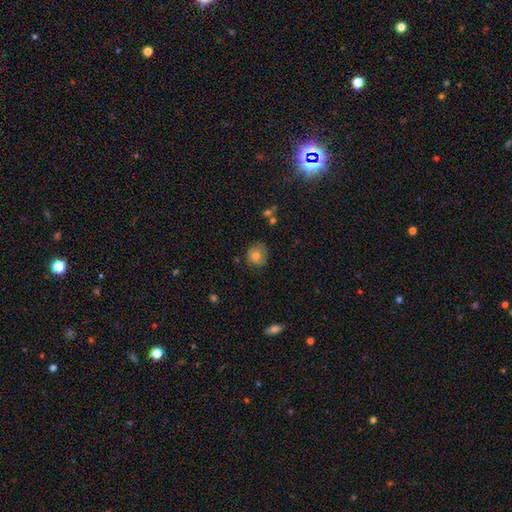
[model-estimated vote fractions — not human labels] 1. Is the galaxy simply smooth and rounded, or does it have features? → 73% smooth, 17% featured or disk, 9% star or artifact.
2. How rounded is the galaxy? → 80% round, 20% in between, 1% cigar-shaped.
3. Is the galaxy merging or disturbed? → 70% none, 22% minor disturbance, 6% major disturbance, 2% merger.